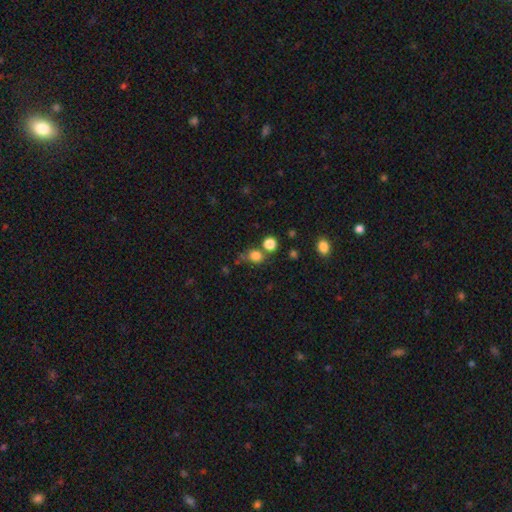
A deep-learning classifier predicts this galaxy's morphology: A smooth galaxy with no disk features (79%) that is round (76%).

Vote fractions:
- Smooth or featured? smooth: 79% / star or artifact: 15% / featured or disk: 6%
- How rounded? round: 76% / in between: 23% / cigar-shaped: 1%
- Merging? none: 62% / merger: 20% / minor disturbance: 12% / major disturbance: 6%